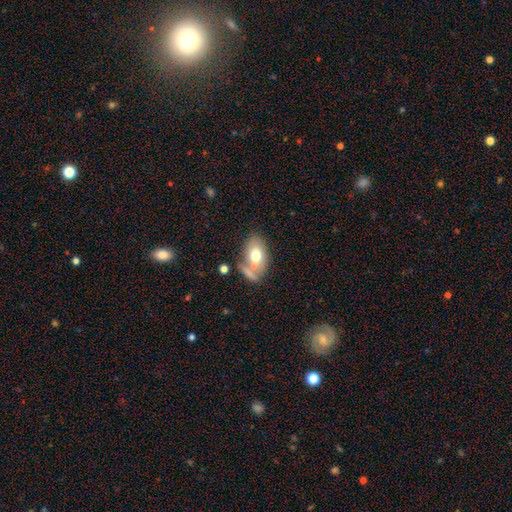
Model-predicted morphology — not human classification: smooth-or-featured: smooth: 68% | featured or disk: 25% | star or artifact: 7%
  how-rounded: in between: 87% | round: 11% | cigar-shaped: 2%
  merging: none: 44% | merger: 28% | minor disturbance: 18% | major disturbance: 10%